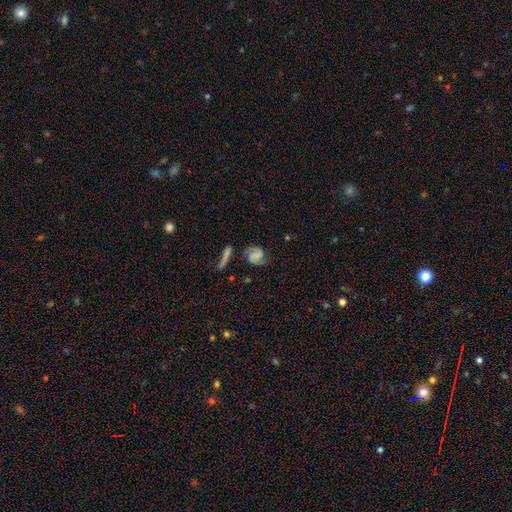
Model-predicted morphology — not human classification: Smooth or featured? Predicted: featured or disk (p=0.69). Edge-on disk? Predicted: no (p=0.96). Bar? Predicted: no (p=0.42). Spiral arms? Predicted: yes (p=0.93). Spiral winding? Predicted: medium (p=0.48). Spiral arm count? Predicted: 2 (p=0.88). Bulge size? Predicted: none (p=0.50). Merging? Predicted: none (p=0.63).